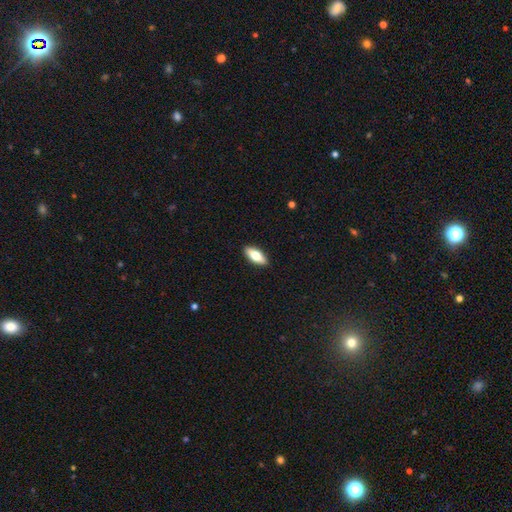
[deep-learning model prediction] A smooth galaxy with no disk features (64%) that is in between round and cigar-shaped (73%).

Vote fractions:
- Smooth or featured? smooth: 64% / featured or disk: 30% / star or artifact: 6%
- How rounded? in between: 73% / cigar-shaped: 24% / round: 3%
- Merging? none: 91% / minor disturbance: 7% / major disturbance: 2% / merger: 1%